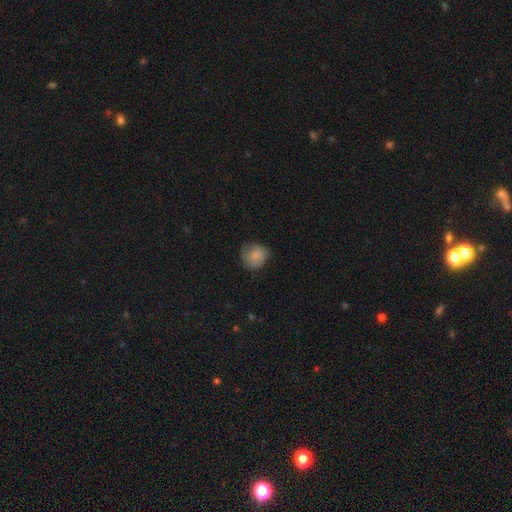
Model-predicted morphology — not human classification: Smooth or featured? Predicted: smooth (p=0.72). How rounded? Predicted: round (p=0.79). Merging? Predicted: none (p=0.65).